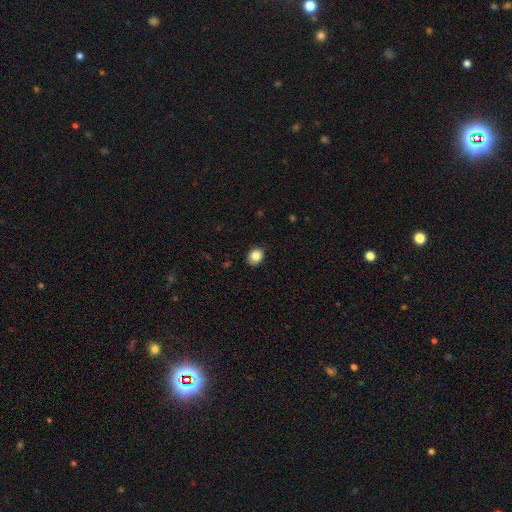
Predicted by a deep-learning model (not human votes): Smooth or featured? smooth (84%)
How rounded? round (57%)
Merging? none (88%)